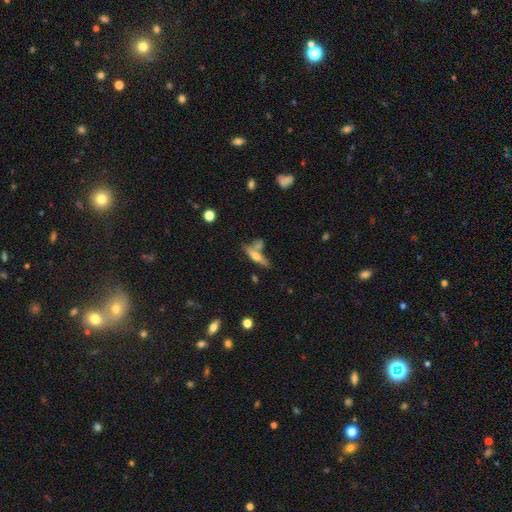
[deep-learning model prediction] smooth_or_featured: featured or disk (p=0.52) [alt: smooth p=0.39]
disk_edge_on: yes (p=0.89) [alt: no p=0.11]
merging: none (p=0.52) [alt: merger p=0.27]